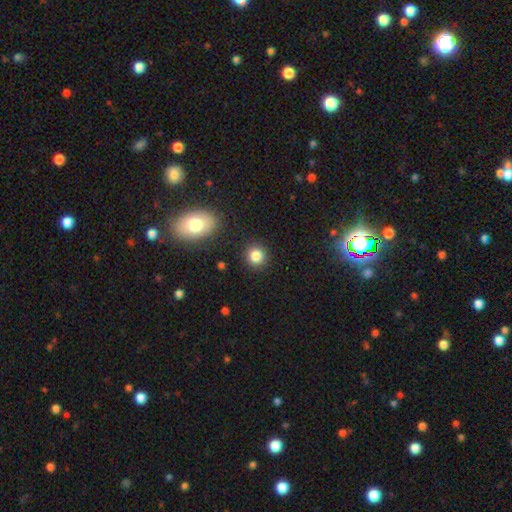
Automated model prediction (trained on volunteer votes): Overall: smooth (84%). How rounded: round (90%). Merging: none (90%).